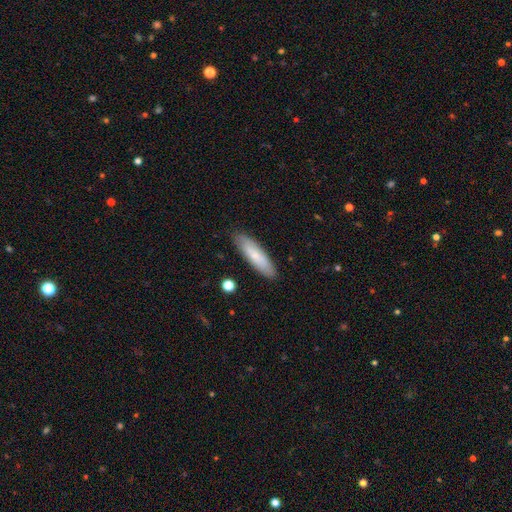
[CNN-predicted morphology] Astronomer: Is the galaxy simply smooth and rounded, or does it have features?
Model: smooth — 69%.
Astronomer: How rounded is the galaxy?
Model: cigar-shaped — 64%.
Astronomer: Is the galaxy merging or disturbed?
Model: none — 87%.